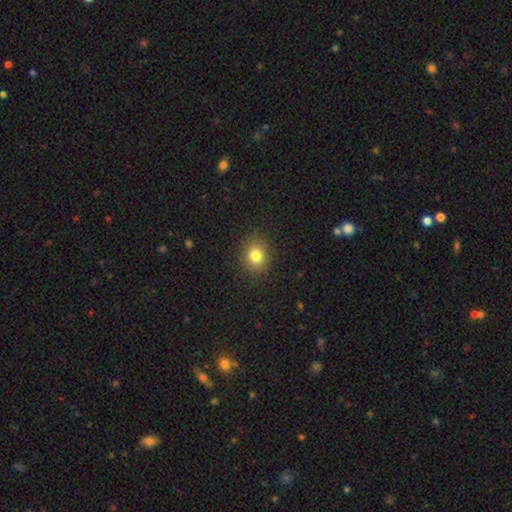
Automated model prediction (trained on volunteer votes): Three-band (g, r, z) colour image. It shows a smooth galaxy with no disk features (80%) that is round (69%). Merging: none (89%).